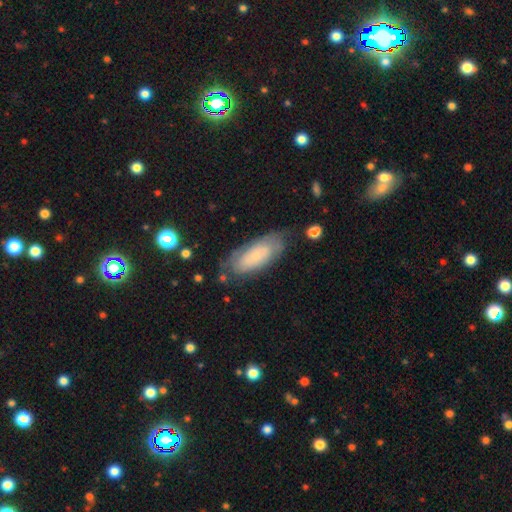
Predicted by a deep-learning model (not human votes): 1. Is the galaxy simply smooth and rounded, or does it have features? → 52% smooth, 40% featured or disk, 8% star or artifact.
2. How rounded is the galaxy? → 80% in between, 18% cigar-shaped, 2% round.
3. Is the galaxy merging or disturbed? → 69% none, 22% minor disturbance, 7% major disturbance, 3% merger.